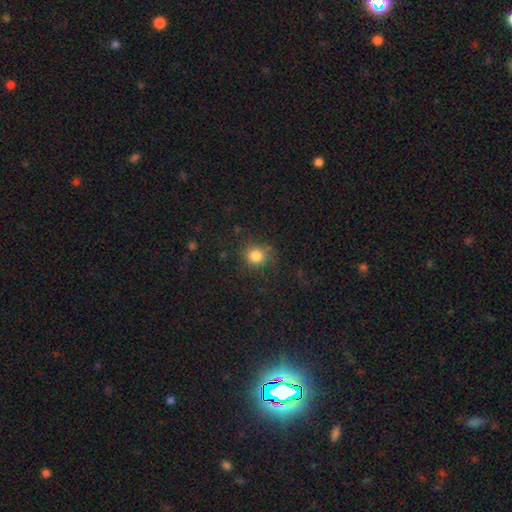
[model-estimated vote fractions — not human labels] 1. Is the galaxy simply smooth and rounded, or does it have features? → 82% smooth, 12% star or artifact, 6% featured or disk.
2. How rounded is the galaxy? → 89% round, 10% in between, 1% cigar-shaped.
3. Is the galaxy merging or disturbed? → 79% none, 13% minor disturbance, 6% major disturbance, 2% merger.